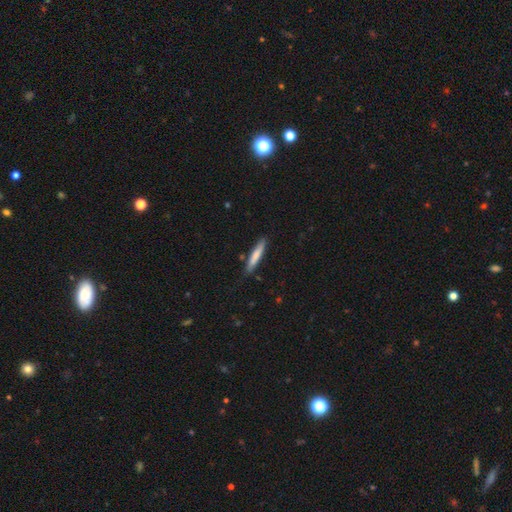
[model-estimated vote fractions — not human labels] A smooth galaxy with no disk features (72%) that is cigar-shaped (92%). Merging: none (84%).